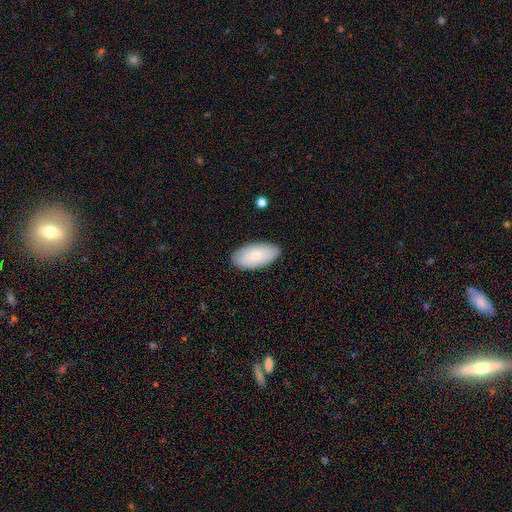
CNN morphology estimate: The model was most divided on "smooth or featured": smooth: 79%, featured or disk: 15%, star or artifact: 6%. More confident: how rounded — in between (95%); merging — none (86%).